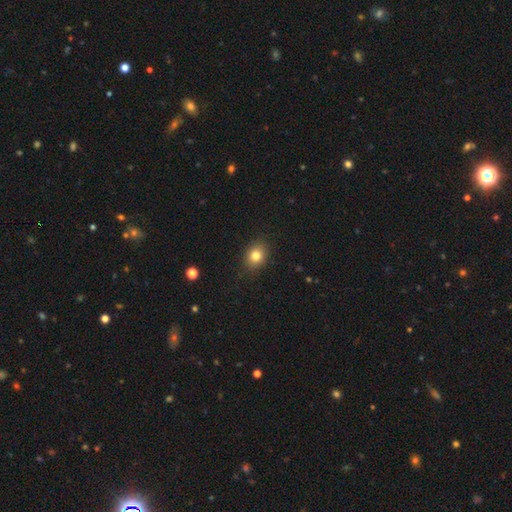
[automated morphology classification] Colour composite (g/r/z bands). It shows a smooth galaxy with no disk features (81%) that is round (55%). Merging: none (87%).